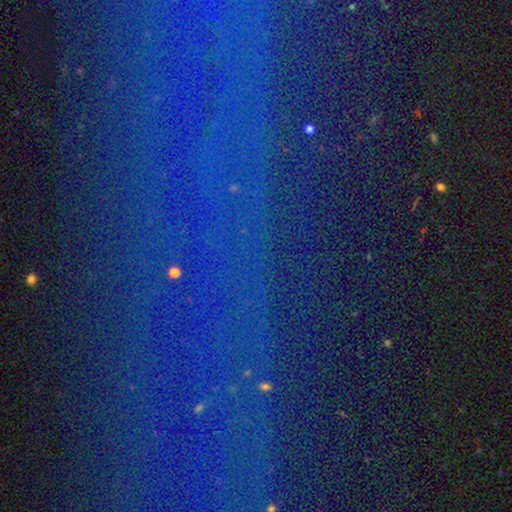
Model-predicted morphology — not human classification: This is clearly a star or artifact rather than a galaxy (84%).